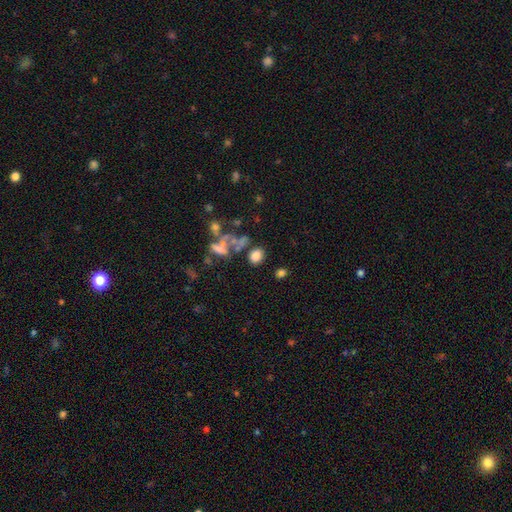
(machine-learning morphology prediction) type=smooth (74%); roundness=in between (63%); merging=none (60%).